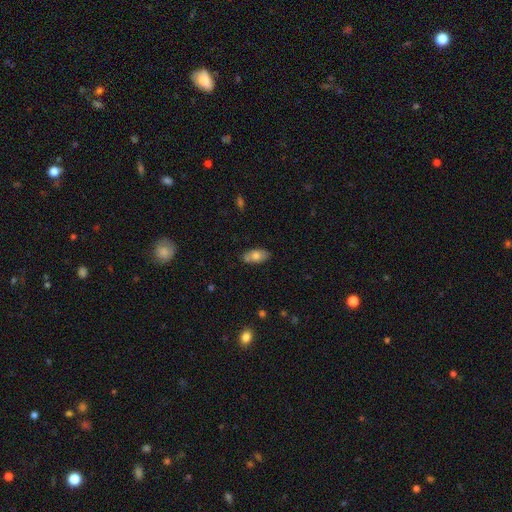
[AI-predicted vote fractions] Smooth or featured?
  - smooth: 71% *
  - featured or disk: 21%
  - star or artifact: 8%
How rounded?
  - in between: 91% *
  - round: 5%
  - cigar-shaped: 5%
Merging?
  - none: 69% *
  - minor disturbance: 18%
  - merger: 9%
  - major disturbance: 4%